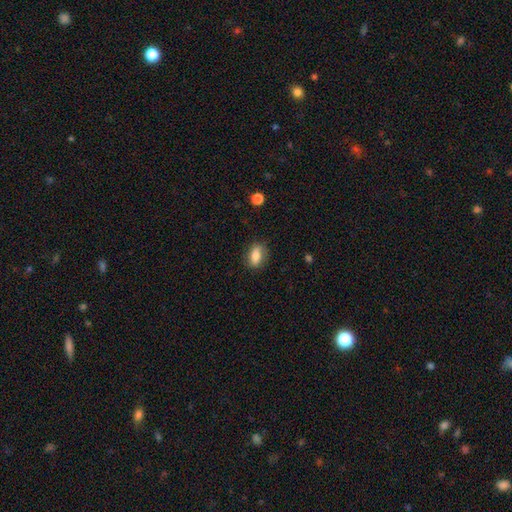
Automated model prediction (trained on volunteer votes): A smooth galaxy with no disk features (78%) that is in between round and cigar-shaped (79%).

Vote fractions:
- Smooth or featured? smooth: 78% / featured or disk: 14% / star or artifact: 8%
- How rounded? in between: 79% / round: 11% / cigar-shaped: 10%
- Merging? none: 82% / minor disturbance: 14% / major disturbance: 4% / merger: 1%